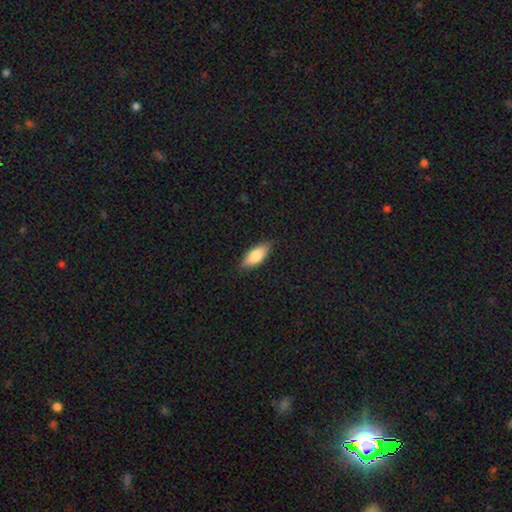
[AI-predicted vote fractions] smooth 81%, featured or disk 14%, star or artifact 6%. Down the decision tree: how rounded — in between (77%); merging — none (86%).